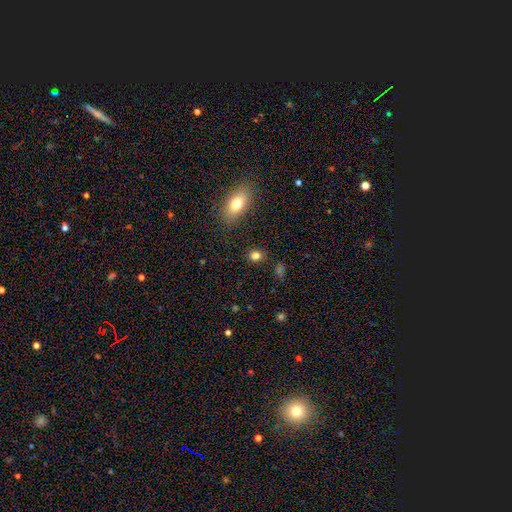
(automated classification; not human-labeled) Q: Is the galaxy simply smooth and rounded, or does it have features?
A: smooth — 82%.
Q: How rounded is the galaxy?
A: round — 53%.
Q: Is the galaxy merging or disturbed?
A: none — 85%.